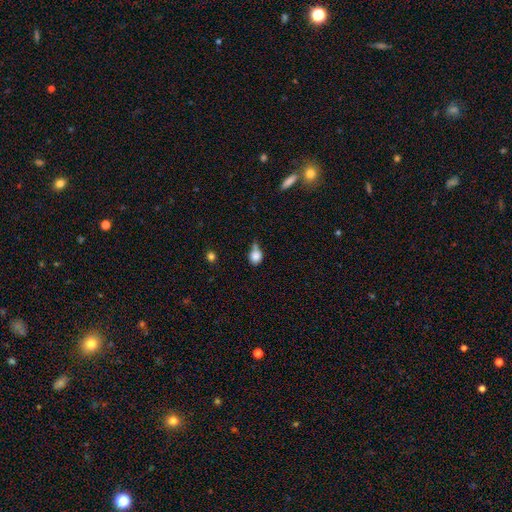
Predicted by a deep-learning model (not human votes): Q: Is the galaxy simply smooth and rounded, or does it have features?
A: smooth — 82%.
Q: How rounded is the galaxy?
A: round — 70%.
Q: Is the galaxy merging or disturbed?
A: none — 40%.